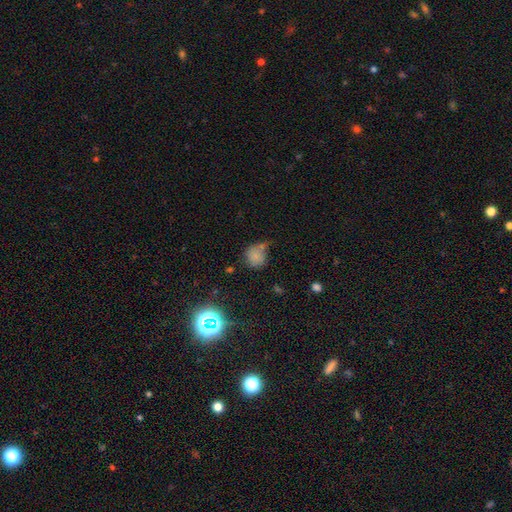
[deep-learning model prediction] Smooth or featured?
  - smooth: 73% *
  - star or artifact: 18%
  - featured or disk: 9%
How rounded?
  - round: 78% *
  - in between: 21%
  - cigar-shaped: 1%
Merging?
  - none: 50% *
  - minor disturbance: 26%
  - merger: 15%
  - major disturbance: 9%